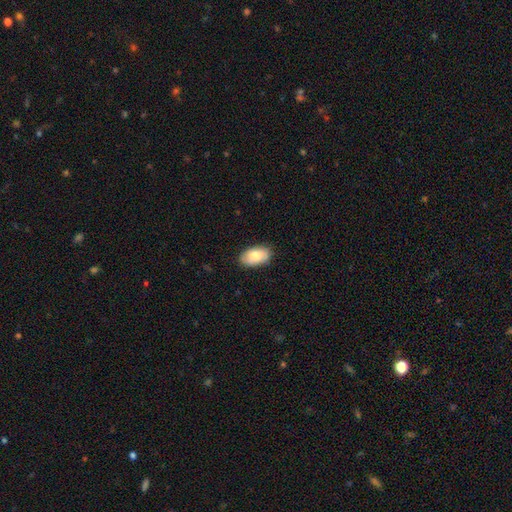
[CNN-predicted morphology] Overall: smooth (81%). How rounded: in between (94%). Merging: none (82%).